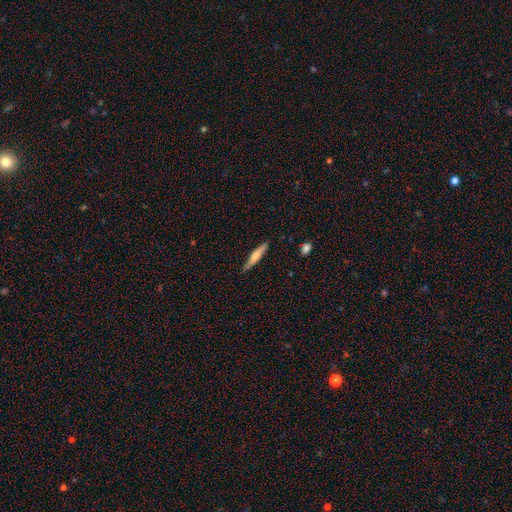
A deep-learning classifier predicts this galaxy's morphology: Overall: smooth (59%; featured or disk 35%). How rounded: cigar-shaped (91%). Merging: none (86%).